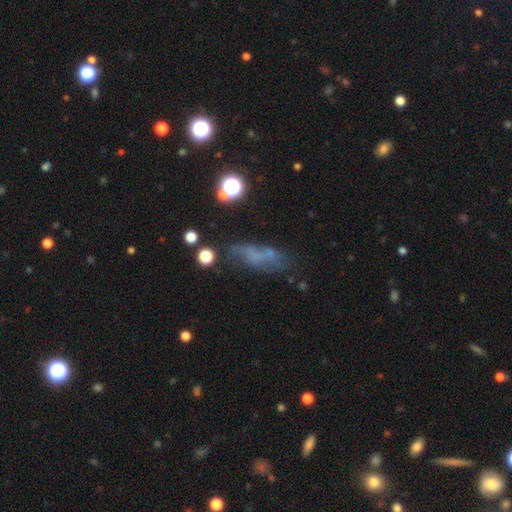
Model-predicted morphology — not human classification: The model was most divided on "smooth or featured": smooth: 45%, featured or disk: 30%, star or artifact: 24%. Remaining: merging — none (49%).